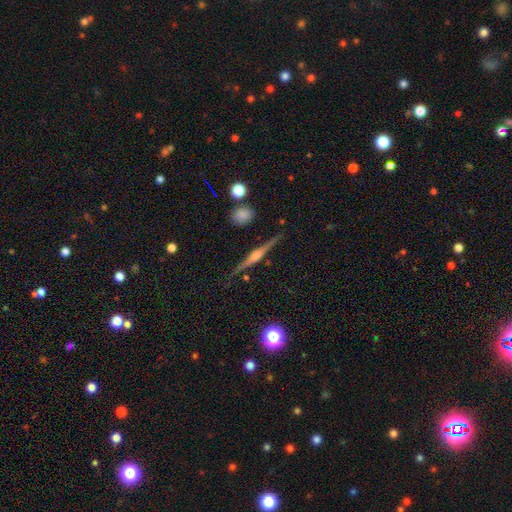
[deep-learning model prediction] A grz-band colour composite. It shows a featured or disk galaxy (84%) viewed edge-on (98%) with a rounded central bulge (86%). Merging: none (90%).